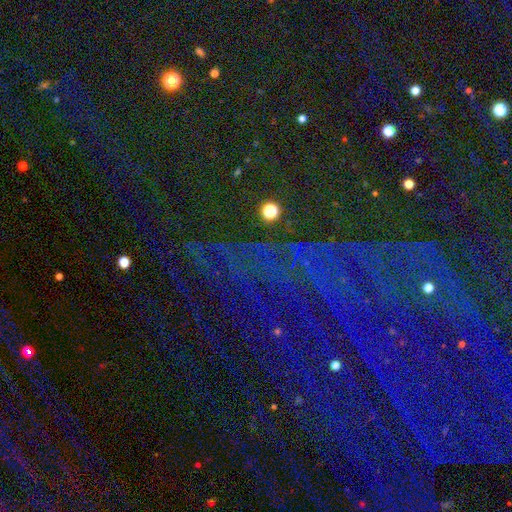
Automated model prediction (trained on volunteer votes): Smooth or featured? Predicted: star or artifact (p=0.82).